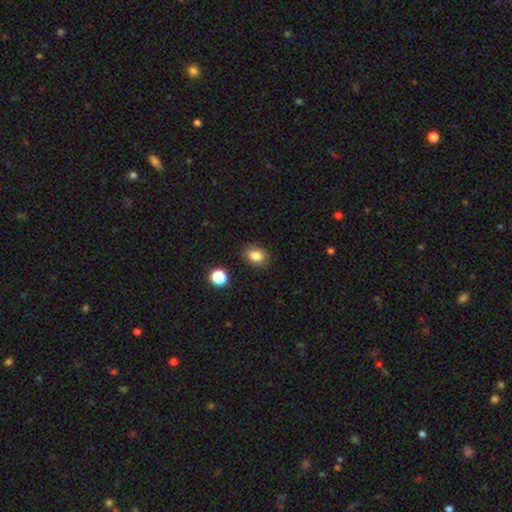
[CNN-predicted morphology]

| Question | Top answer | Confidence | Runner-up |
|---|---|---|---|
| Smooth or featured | smooth | 82% | star or artifact (11%) |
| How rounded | in between | 61% | round (38%) |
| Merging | none | 87% | minor disturbance (9%) |